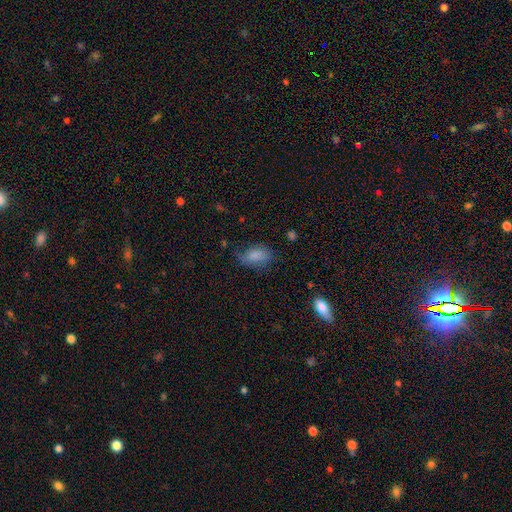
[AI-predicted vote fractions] This is clearly a smooth galaxy (84%). How rounded: clearly in between (90%). Merging: likely none (64%).